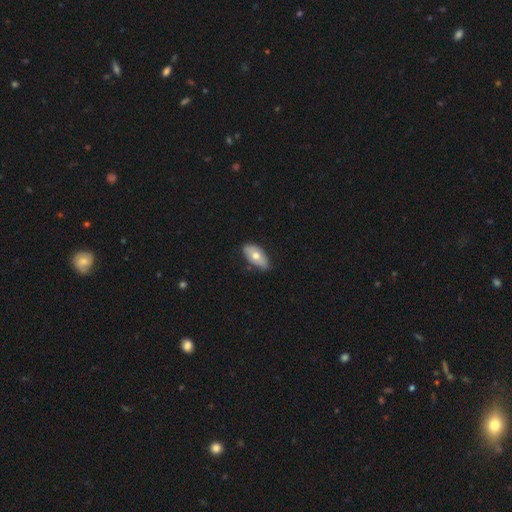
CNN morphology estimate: Smooth or featured: smooth — 66% (featured or disk — 28%)
How rounded: in between — 92% (cigar-shaped — 4%)
Merging: none — 79% (minor disturbance — 17%)